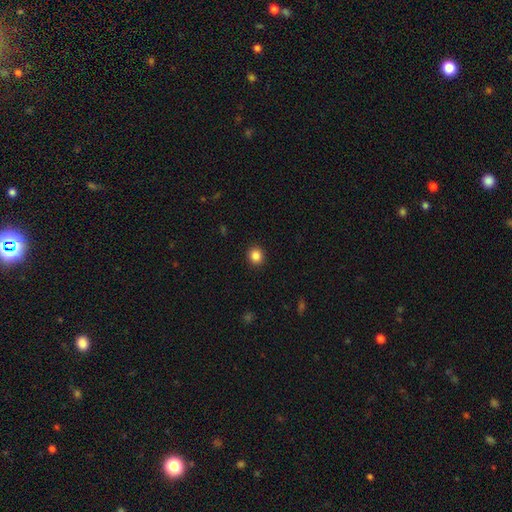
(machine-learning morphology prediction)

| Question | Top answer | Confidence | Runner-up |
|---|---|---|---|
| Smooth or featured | smooth | 86% | star or artifact (10%) |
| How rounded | round | 85% | in between (14%) |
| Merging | none | 92% | minor disturbance (5%) |